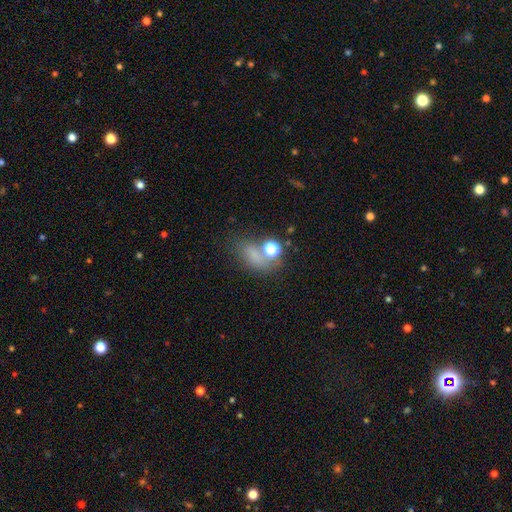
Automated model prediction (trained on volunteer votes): Q: Smooth or featured?
A: smooth (62%); runner-up: star or artifact (26%)
Q: How rounded?
A: in between (60%); runner-up: round (35%)
Q: Merging?
A: none (52%); runner-up: merger (18%)